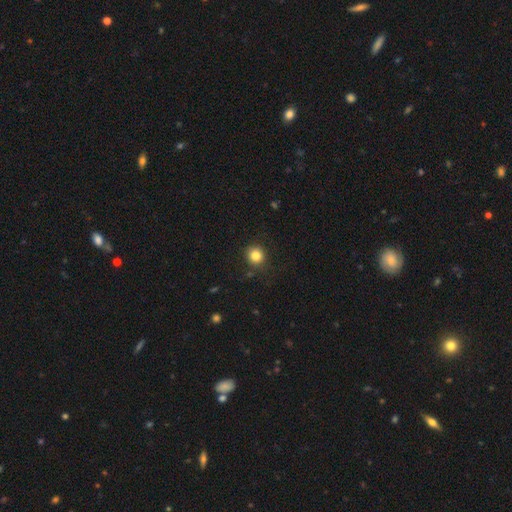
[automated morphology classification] type=smooth (84%); roundness=round (89%); merging=none (87%).